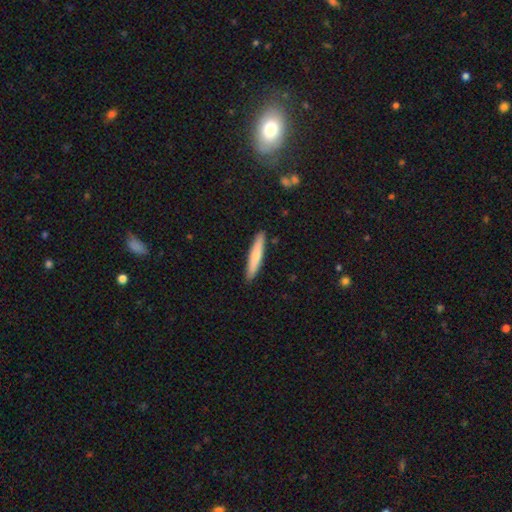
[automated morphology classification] Smooth or featured? Predicted: smooth (p=0.67). How rounded? Predicted: cigar-shaped (p=0.90). Merging? Predicted: none (p=0.90).